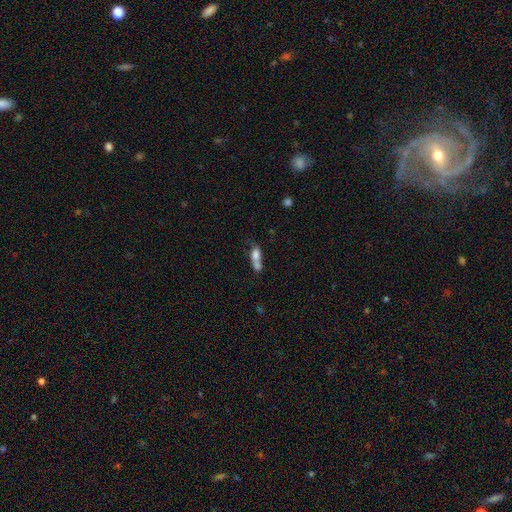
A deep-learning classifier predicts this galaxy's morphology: Smooth or featured? Predicted: smooth (p=0.70). How rounded? Predicted: in between (p=0.71). Merging? Predicted: merger (p=0.60).